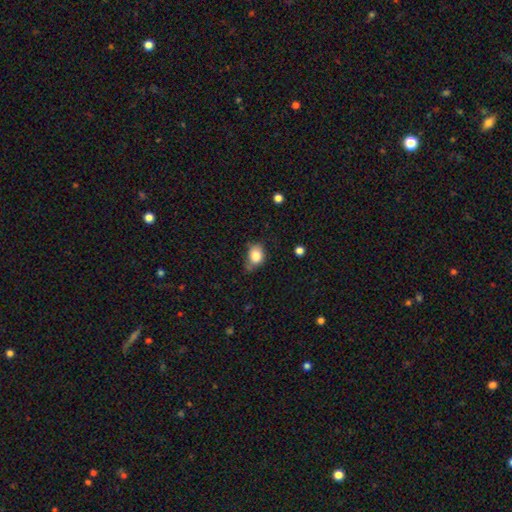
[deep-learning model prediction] Q: Smooth or featured?
A: smooth (83%); runner-up: star or artifact (9%)
Q: How rounded?
A: in between (59%); runner-up: round (40%)
Q: Merging?
A: none (48%); runner-up: minor disturbance (37%)